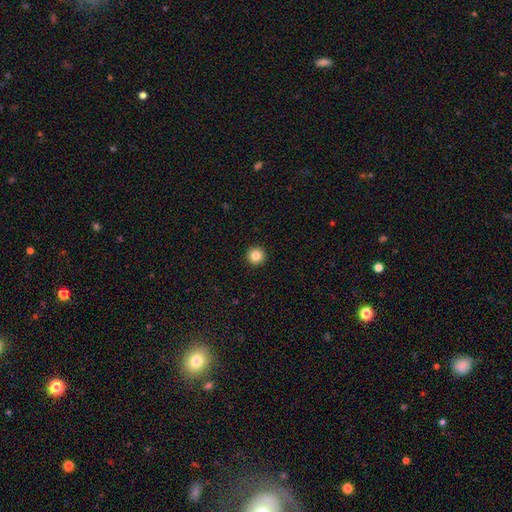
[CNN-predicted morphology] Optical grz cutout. It shows a smooth galaxy with no disk features (84%) that is round (97%). Merging: none (94%).